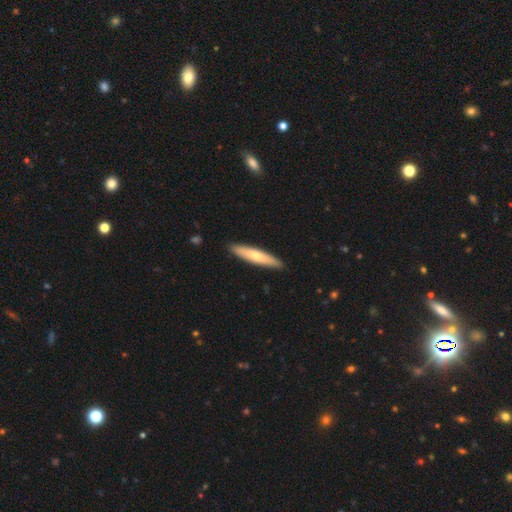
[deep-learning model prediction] Smooth or featured?
  - smooth: 64% *
  - featured or disk: 31%
  - star or artifact: 5%
How rounded?
  - cigar-shaped: 88% *
  - in between: 11%
  - round: 1%
Merging?
  - none: 91% *
  - minor disturbance: 7%
  - major disturbance: 1%
  - merger: 1%